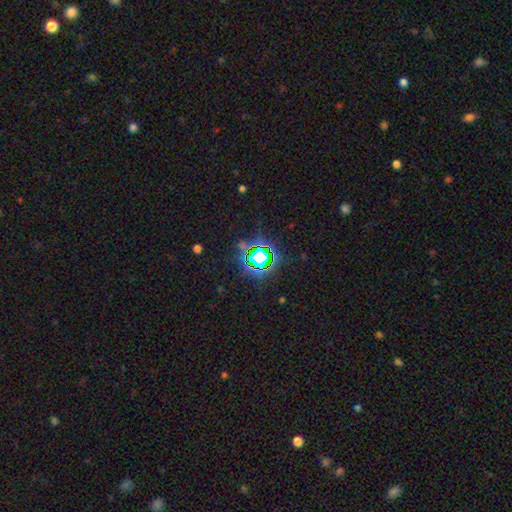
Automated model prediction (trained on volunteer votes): A star or artifact, not a galaxy (73%).

Vote fractions:
- Smooth or featured? star or artifact: 73% / smooth: 17% / featured or disk: 10%